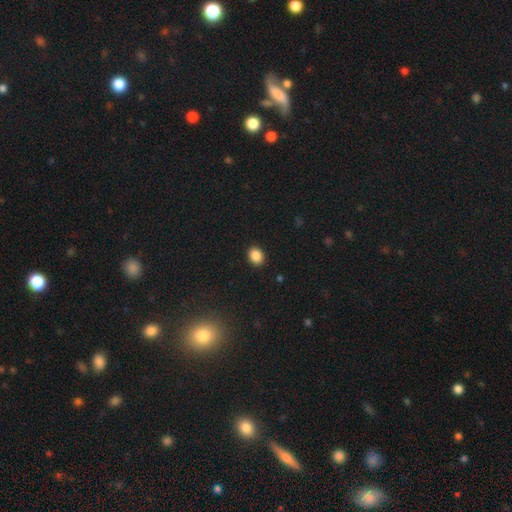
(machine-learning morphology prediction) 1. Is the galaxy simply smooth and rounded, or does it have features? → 87% smooth, 9% star or artifact, 3% featured or disk.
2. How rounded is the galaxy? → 51% round, 48% in between, 1% cigar-shaped.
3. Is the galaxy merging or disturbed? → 91% none, 6% minor disturbance, 2% major disturbance, 1% merger.